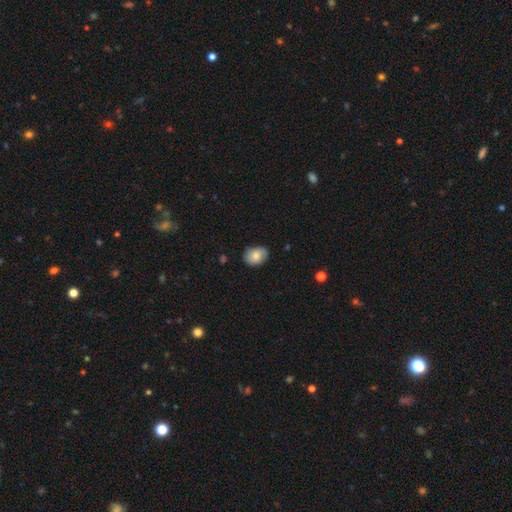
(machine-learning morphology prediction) Smooth or featured?
  - smooth: 80% *
  - featured or disk: 13%
  - star or artifact: 7%
How rounded?
  - in between: 66% *
  - round: 33%
  - cigar-shaped: 1%
Merging?
  - none: 80% *
  - minor disturbance: 16%
  - major disturbance: 3%
  - merger: 1%